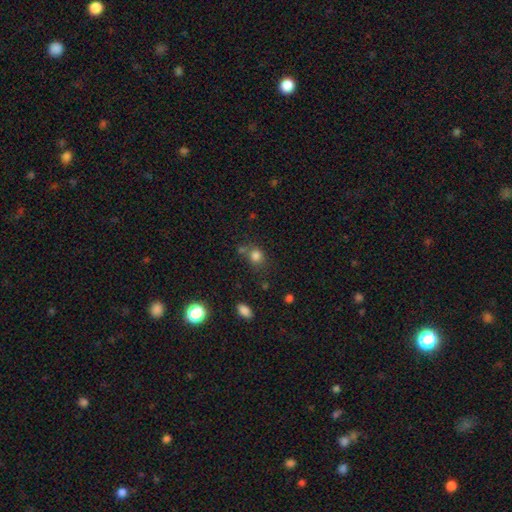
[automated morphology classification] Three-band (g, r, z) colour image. It shows a smooth galaxy with no disk features (80%) that is round (74%). Merging: none (62%).